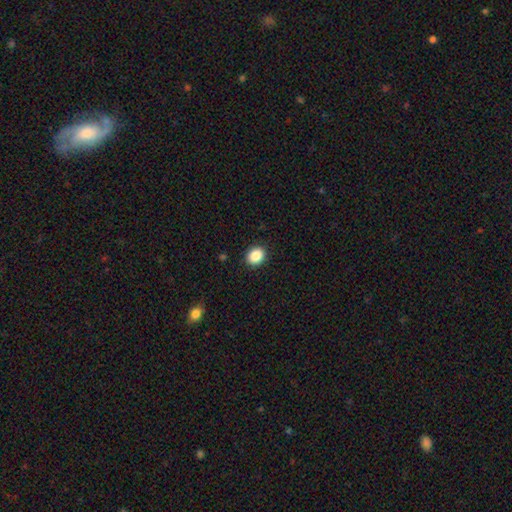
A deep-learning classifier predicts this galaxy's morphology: The model was most divided on "how rounded": round: 56%, in between: 43%, cigar-shaped: 1%. More confident: merging — none (90%); smooth or featured — smooth (88%).